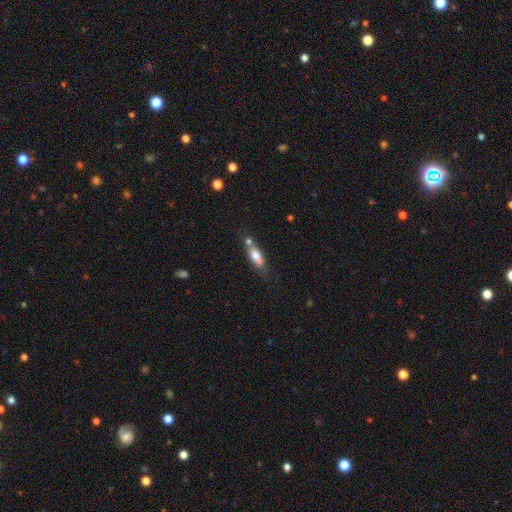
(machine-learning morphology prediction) The model was most divided on "merging": none: 46%, merger: 31%, minor disturbance: 16%, major disturbance: 6%. More confident: smooth or featured — smooth (64%); how rounded — in between (61%).